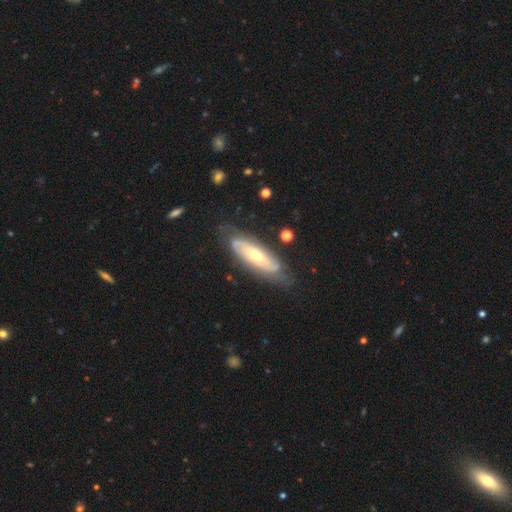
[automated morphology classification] A featured or disk galaxy (67%). Merging: none (74%).